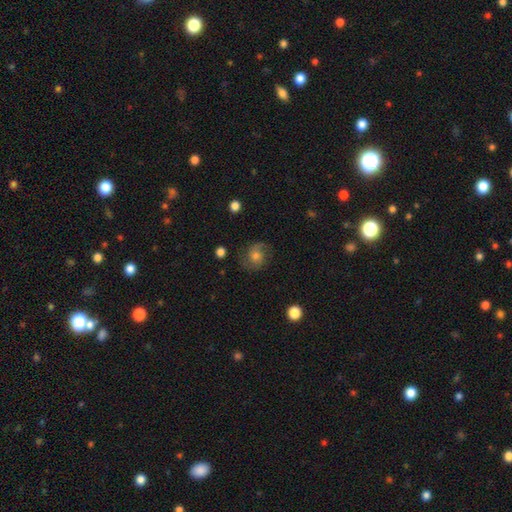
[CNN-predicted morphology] A featured or disk galaxy (50%). Merging: none (73%).